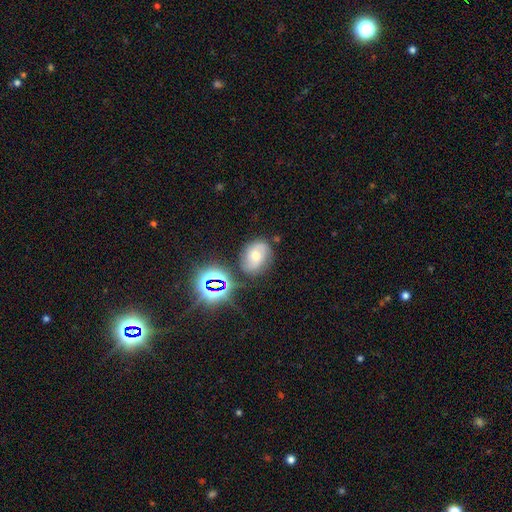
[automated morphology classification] This appears to be a featured or disk galaxy (47%). Merging: none (73%).